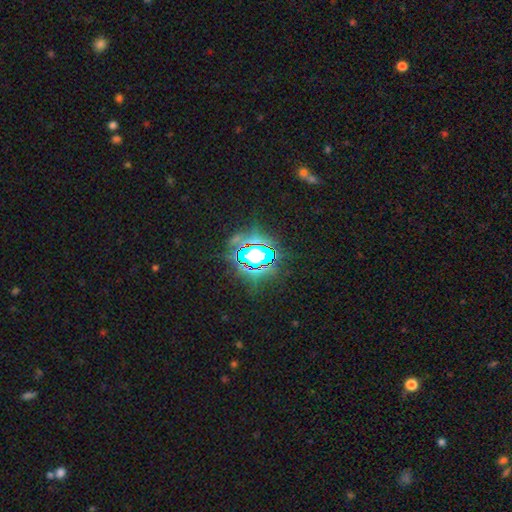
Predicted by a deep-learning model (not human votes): smooth_or_featured: star or artifact (p=0.85) [alt: smooth p=0.09]